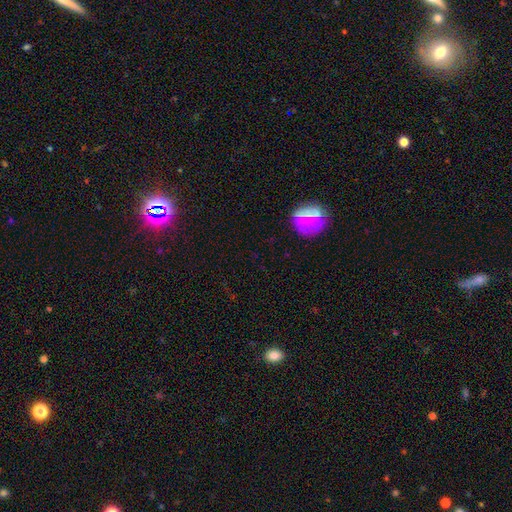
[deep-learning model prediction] Smooth or featured: star or artifact — 45% (smooth — 41%)